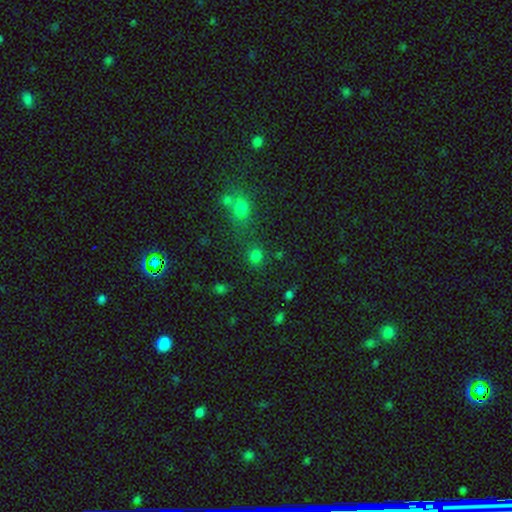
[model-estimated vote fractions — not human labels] Smooth or featured: smooth — 76% (star or artifact — 18%)
How rounded: round — 76% (in between — 22%)
Merging: none — 67% (merger — 16%)